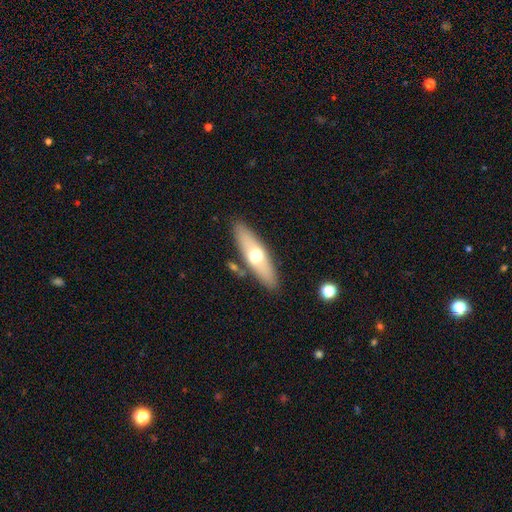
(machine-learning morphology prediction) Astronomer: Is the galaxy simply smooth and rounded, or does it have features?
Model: smooth — 53% (runner-up: featured or disk, 41%).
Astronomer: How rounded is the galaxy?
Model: cigar-shaped — 56% (runner-up: in between, 42%).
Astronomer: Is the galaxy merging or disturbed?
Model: none — 84%.